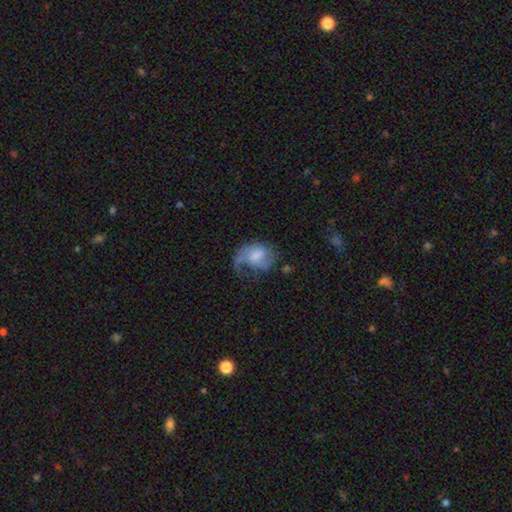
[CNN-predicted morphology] A featured or disk galaxy (64%) with no bar (50%), 1 (44%) loose (55%) spiral arms (84%) and a moderate central bulge (31%).

Vote fractions:
- Smooth or featured? featured or disk: 64% / smooth: 28% / star or artifact: 8%
- Edge-on disk? no: 97% / yes: 3%
- Bar? no: 50% / weak: 41% / strong: 9%
- Spiral arms? yes: 84% / no: 16%
- Spiral winding? loose: 55% / medium: 34% / tight: 11%
- Spiral arm count? 1: 44% / 2: 42% / can't tell: 8% / 3: 3% / 4: 1% / more than 4: 1%
- Bulge size? moderate: 31% / none: 26% / small: 23% / large: 17% / dominant: 3%
- Merging? major disturbance: 42% / none: 32% / minor disturbance: 22% / merger: 4%